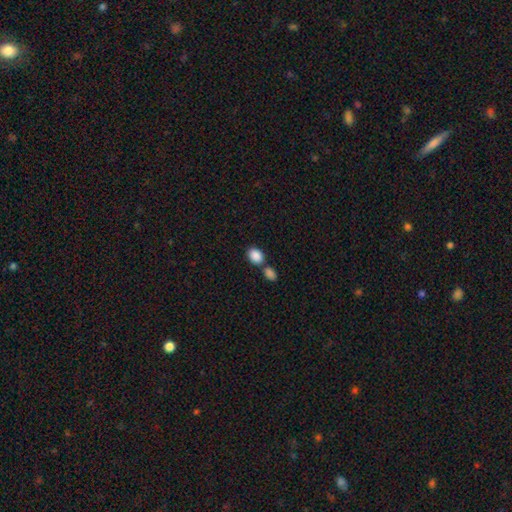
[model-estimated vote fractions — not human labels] This is clearly a smooth galaxy (88%). How rounded: likely in between (76%). Merging: possibly none (52%).